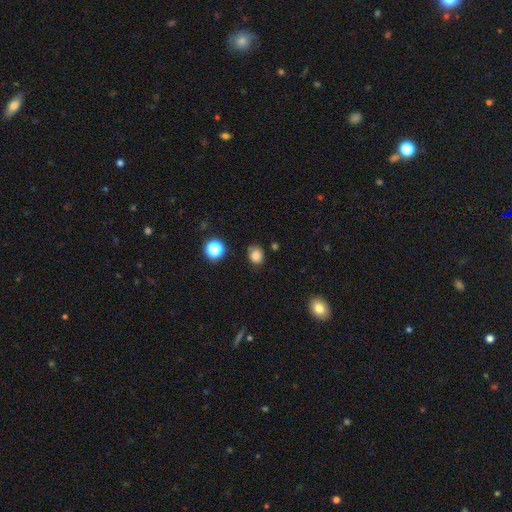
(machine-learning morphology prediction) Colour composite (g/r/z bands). It shows a smooth galaxy with no disk features (81%) that is round (65%). Merging: none (79%).